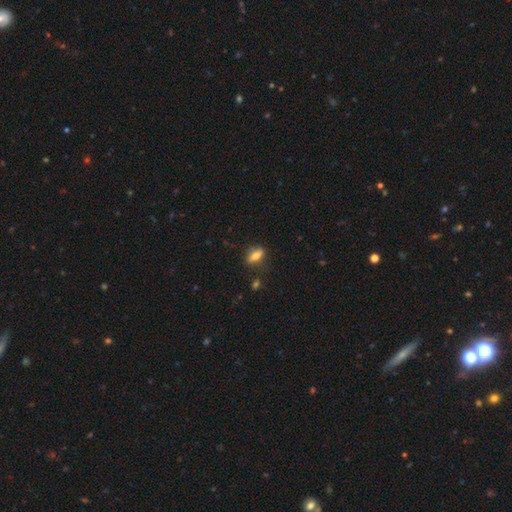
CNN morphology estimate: This appears to be a smooth galaxy with no disk features (68%) that is in between round and cigar-shaped (69%). Merging: none (77%).